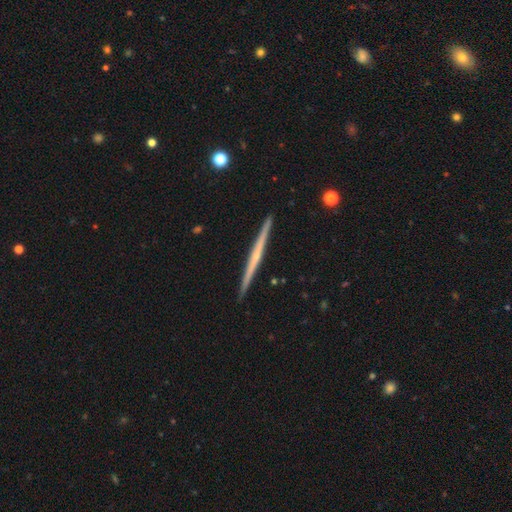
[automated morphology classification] smooth_or_featured: featured or disk (p=0.71) [alt: smooth p=0.23]
disk_edge_on: yes (p=0.99) [alt: no p=0.01]
edge_on_bulge: none (p=0.61) [alt: rounded p=0.34]
merging: none (p=0.93) [alt: minor disturbance p=0.05]